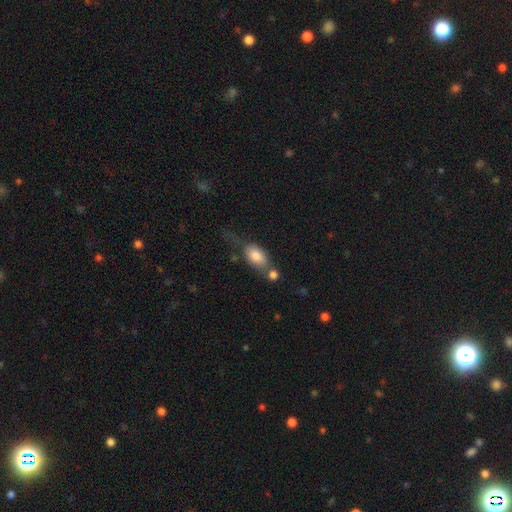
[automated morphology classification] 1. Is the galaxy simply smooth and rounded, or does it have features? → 80% smooth, 13% featured or disk, 7% star or artifact.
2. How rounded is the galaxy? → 86% in between, 9% round, 4% cigar-shaped.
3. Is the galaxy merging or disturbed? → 38% none, 31% merger, 19% minor disturbance, 12% major disturbance.